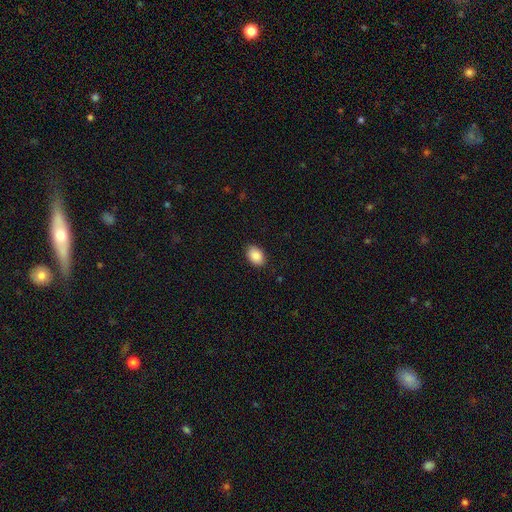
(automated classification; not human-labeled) A smooth galaxy with no disk features (90%) that is in between round and cigar-shaped (86%). Merging: none (87%).